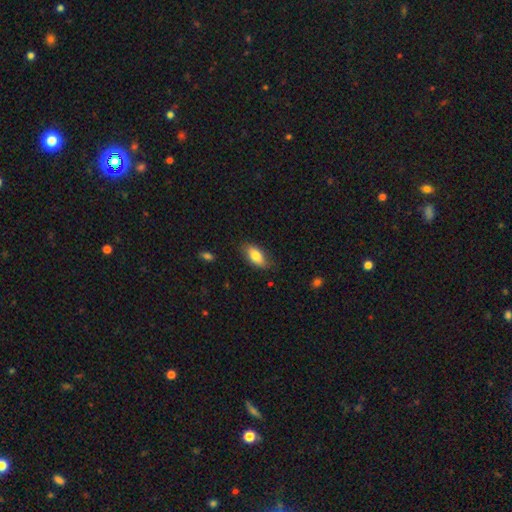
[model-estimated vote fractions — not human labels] Smooth or featured: smooth — 81% (featured or disk — 13%)
How rounded: in between — 89% (cigar-shaped — 8%)
Merging: none — 79% (minor disturbance — 17%)